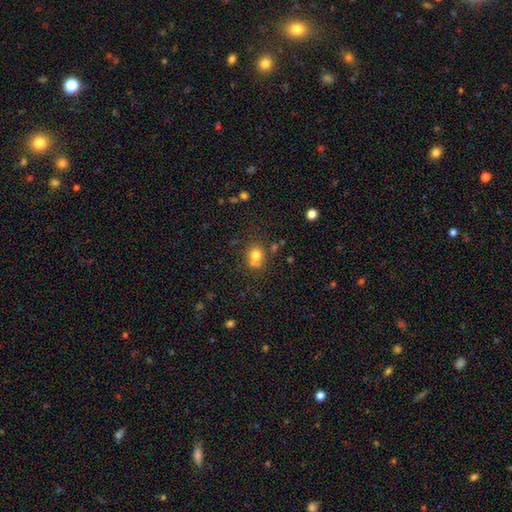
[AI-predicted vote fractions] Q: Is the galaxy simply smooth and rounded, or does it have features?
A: smooth — 76%.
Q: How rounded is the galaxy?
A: round — 68%.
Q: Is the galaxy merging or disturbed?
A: none — 57%.